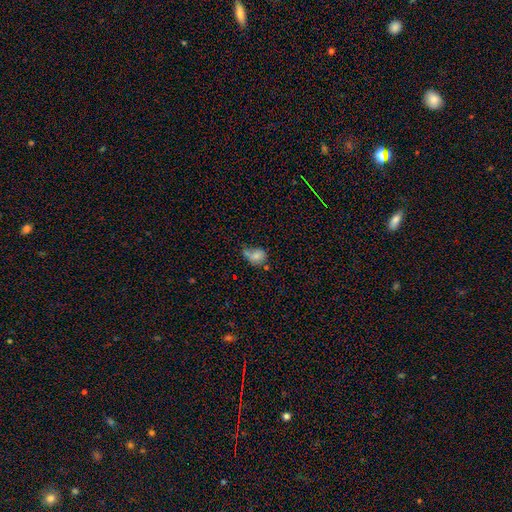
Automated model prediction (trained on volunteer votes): Smooth or featured? Predicted: smooth (p=0.70). How rounded? Predicted: round (p=0.52). Merging? Predicted: none (p=0.32).